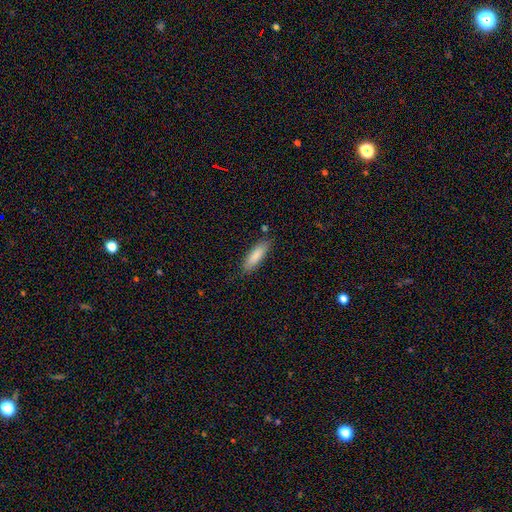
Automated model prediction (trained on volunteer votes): Smooth or featured? smooth (85%)
How rounded? cigar-shaped (53%)
Merging? none (80%)